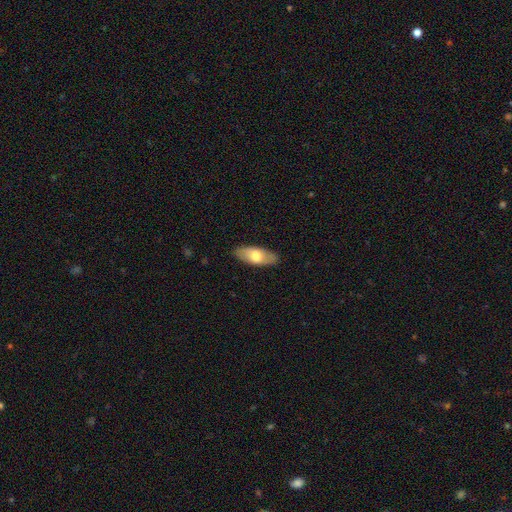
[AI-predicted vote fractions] Smooth or featured? Predicted: smooth (p=0.67). How rounded? Predicted: in between (p=0.84). Merging? Predicted: none (p=0.87).